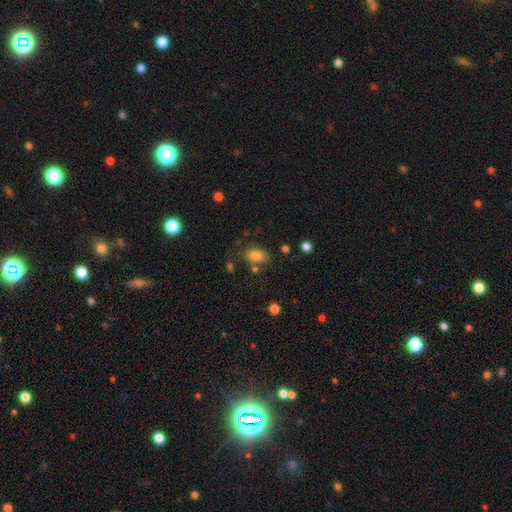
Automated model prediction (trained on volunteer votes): smooth-or-featured: smooth: 81% | star or artifact: 10% | featured or disk: 9%
  how-rounded: in between: 88% | round: 9% | cigar-shaped: 3%
  merging: none: 66% | minor disturbance: 19% | merger: 8% | major disturbance: 7%